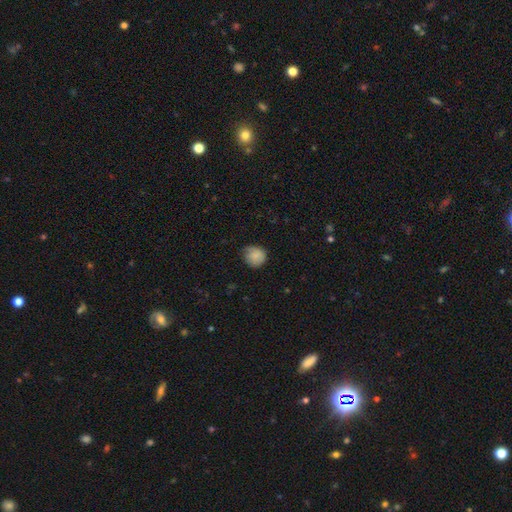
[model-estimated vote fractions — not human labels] This appears to be a smooth galaxy with no disk features (84%) that is round (87%). Merging: none (74%).